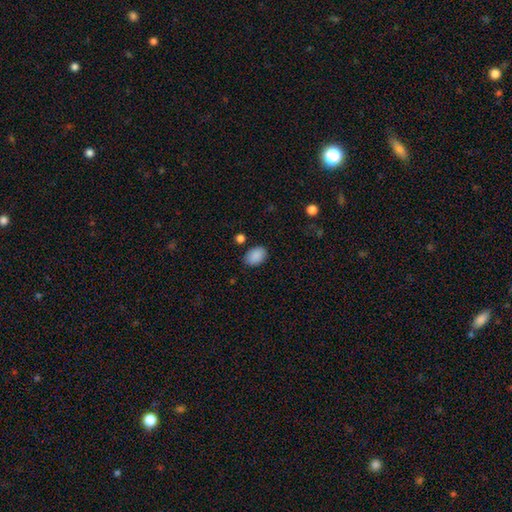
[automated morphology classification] Q: Smooth or featured?
A: smooth (89%); runner-up: star or artifact (7%)
Q: How rounded?
A: in between (85%); runner-up: round (14%)
Q: Merging?
A: none (82%); runner-up: minor disturbance (12%)